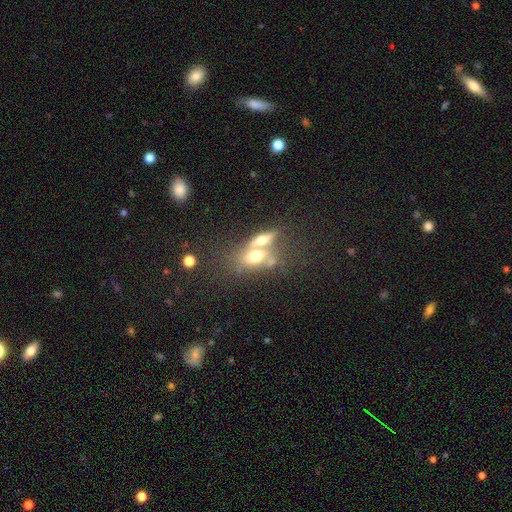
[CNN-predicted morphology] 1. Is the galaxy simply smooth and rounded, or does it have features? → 51% smooth, 38% featured or disk, 11% star or artifact.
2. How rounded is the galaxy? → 70% in between, 16% round, 15% cigar-shaped.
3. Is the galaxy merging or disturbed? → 57% merger, 27% none, 9% minor disturbance, 7% major disturbance.